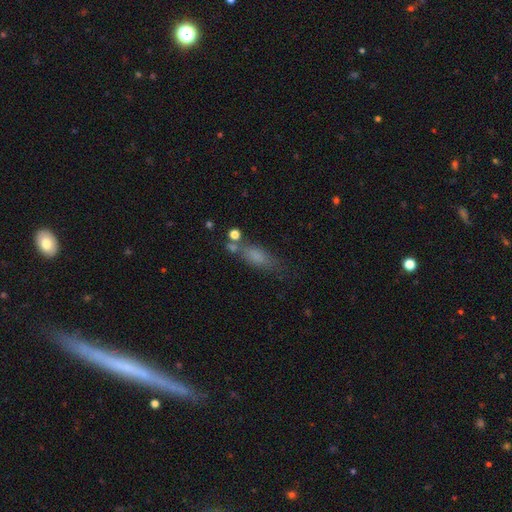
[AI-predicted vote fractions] A smooth galaxy with no disk features (67%) that is in between round and cigar-shaped (54%). Merging: none (54%).